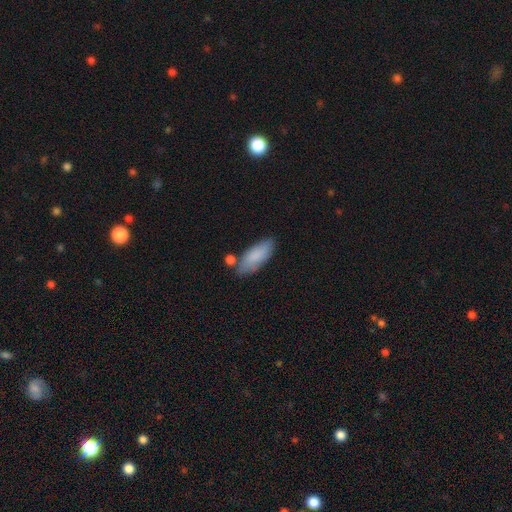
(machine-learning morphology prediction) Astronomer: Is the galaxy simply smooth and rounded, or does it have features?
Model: smooth — 84%.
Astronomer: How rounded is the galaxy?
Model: in between — 77%.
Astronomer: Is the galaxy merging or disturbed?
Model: none — 68%.